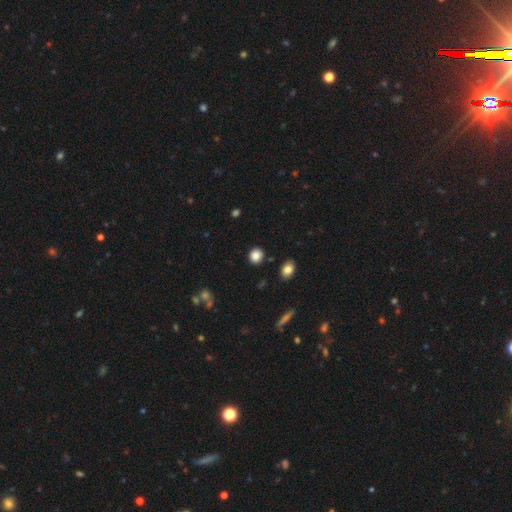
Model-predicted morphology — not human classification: This is clearly a smooth galaxy (85%). How rounded: clearly round (83%). Merging: clearly none (87%).